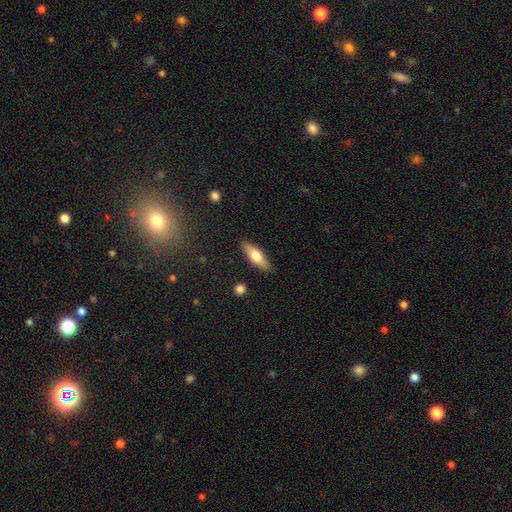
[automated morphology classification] type=smooth (64%); roundness=in between (52%); merging=none (88%).